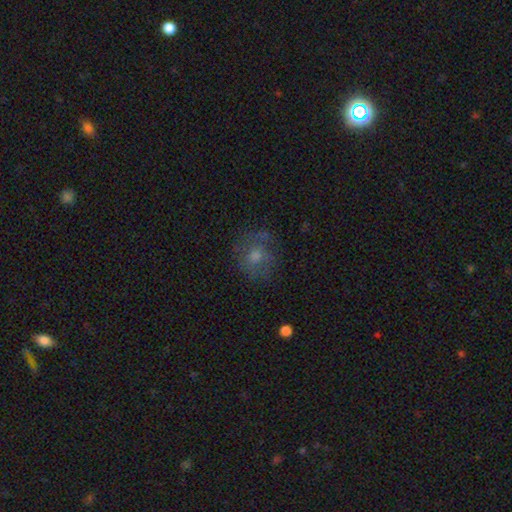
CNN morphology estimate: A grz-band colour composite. It shows a smooth galaxy with no disk features (57%) that is round (79%). Merging: none (65%).